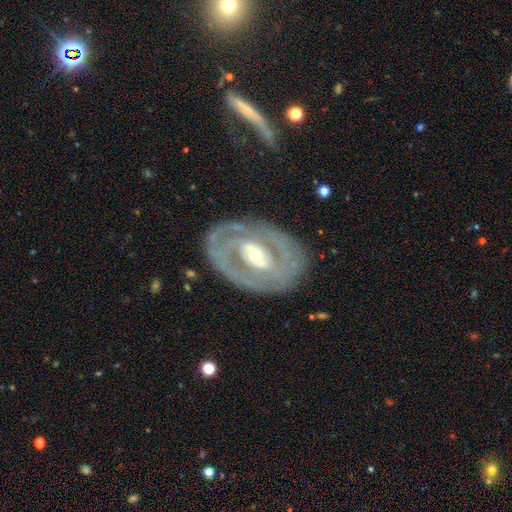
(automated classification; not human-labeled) smooth_or_featured: featured or disk (p=0.84) [alt: smooth p=0.11]
disk_edge_on: no (p=0.95) [alt: yes p=0.05]
bar: weak (p=0.37) [alt: strong p=0.32]
has_spiral_arms: yes (p=0.75) [alt: no p=0.25]
spiral_winding: tight (p=0.60) [alt: medium p=0.30]
spiral_arm_count: 2 (p=0.56) [alt: can't tell p=0.25]
bulge_size: moderate (p=0.53) [alt: small p=0.39]
merging: none (p=0.78) [alt: minor disturbance p=0.14]